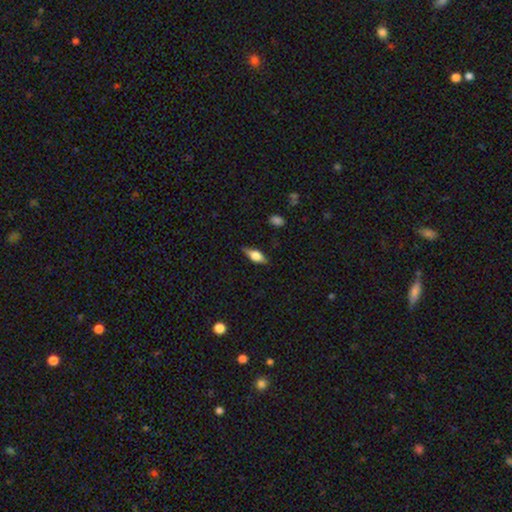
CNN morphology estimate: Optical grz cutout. It shows a smooth galaxy with no disk features (47%). Merging: none (83%).